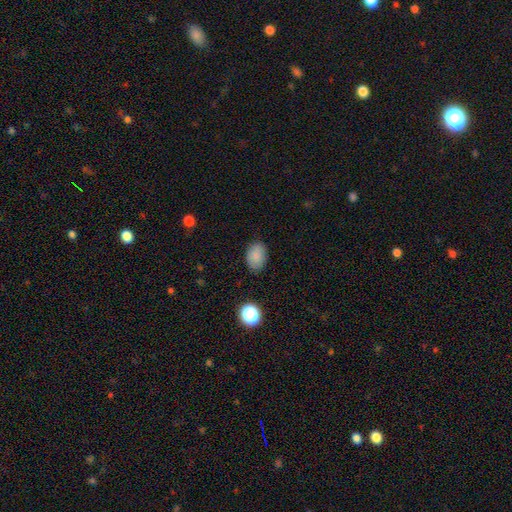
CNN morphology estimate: smooth 83%, star or artifact 10%, featured or disk 7%. Down the decision tree: how rounded — in between (80%); merging — none (81%).